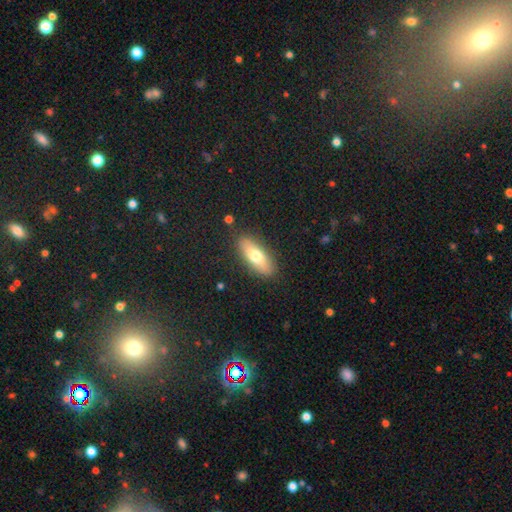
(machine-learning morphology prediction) Smooth or featured?
  - smooth: 69% *
  - featured or disk: 25%
  - star or artifact: 6%
How rounded?
  - in between: 66% *
  - cigar-shaped: 31%
  - round: 3%
Merging?
  - none: 86% *
  - minor disturbance: 10%
  - major disturbance: 3%
  - merger: 2%